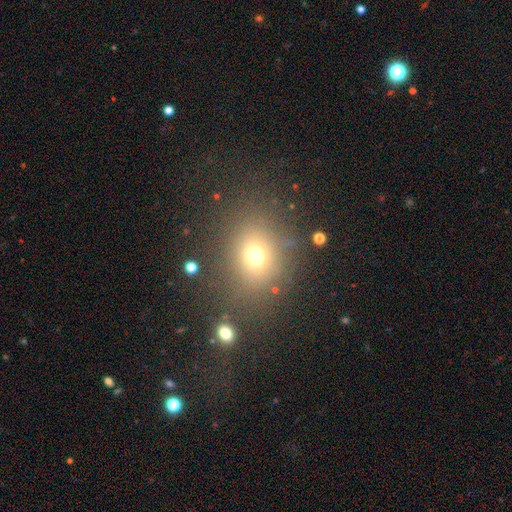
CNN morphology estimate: This appears to be a smooth galaxy with no disk features (68%) that is round (63%). Merging: none (77%).